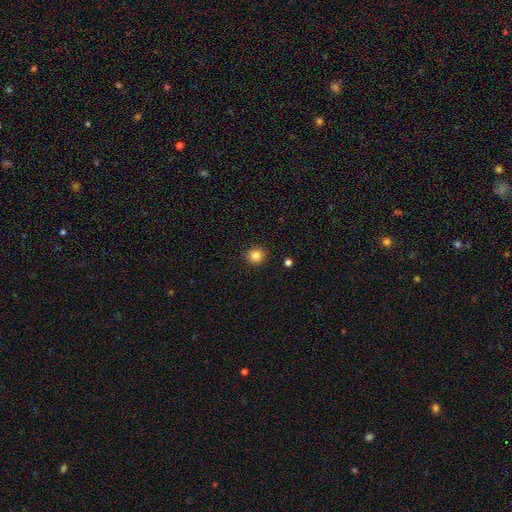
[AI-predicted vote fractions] Morphology: type=smooth (84%); roundness=round (92%); merging=none (91%).